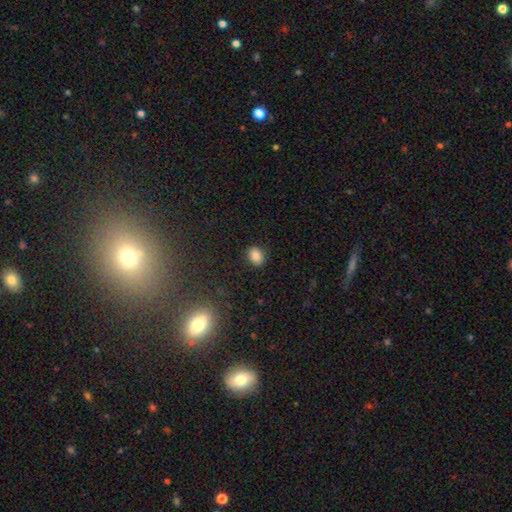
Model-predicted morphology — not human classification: smooth 85%, star or artifact 10%, featured or disk 5%. Down the decision tree: how rounded — in between (69%); merging — none (87%).